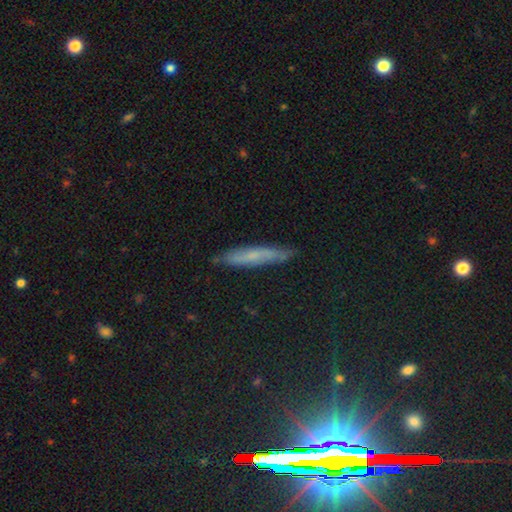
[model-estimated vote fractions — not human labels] The model was most divided on "smooth or featured": smooth: 53%, featured or disk: 37%, star or artifact: 11%. More confident: how rounded — cigar-shaped (89%); merging — none (77%).